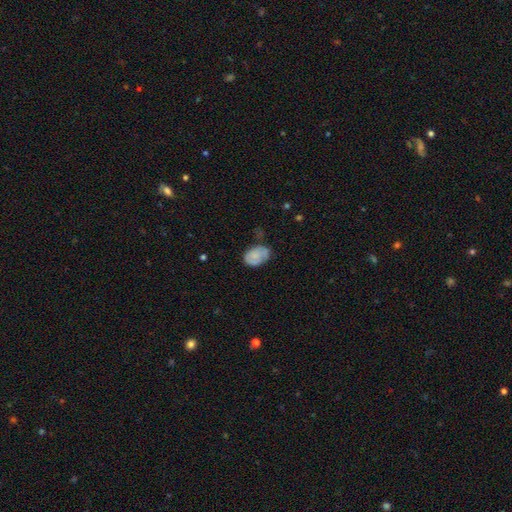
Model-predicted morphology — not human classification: smooth 69%, featured or disk 23%, star or artifact 8%. Down the decision tree: how rounded — in between (83%); merging — none (49%).